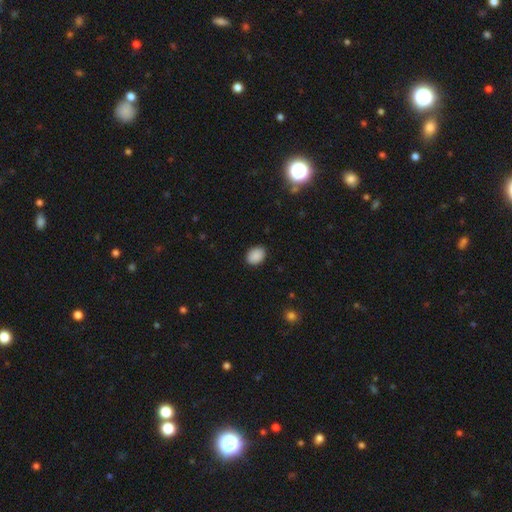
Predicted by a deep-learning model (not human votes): This appears to be a smooth galaxy with no disk features (89%) that is in between round and cigar-shaped (70%). Merging: none (87%).